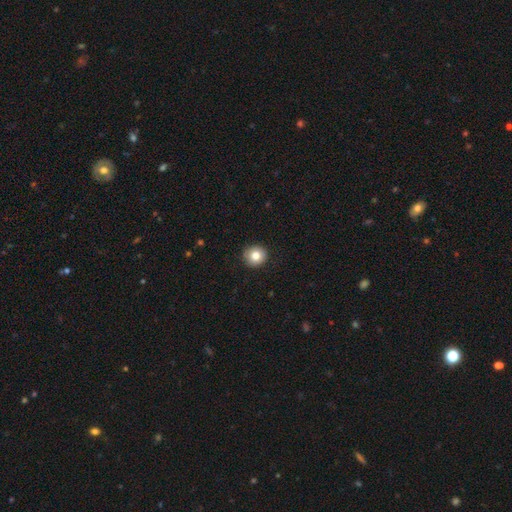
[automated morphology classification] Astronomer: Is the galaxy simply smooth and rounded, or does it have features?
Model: smooth — 82%.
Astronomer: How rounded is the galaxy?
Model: round — 92%.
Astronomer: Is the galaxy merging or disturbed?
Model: none — 90%.